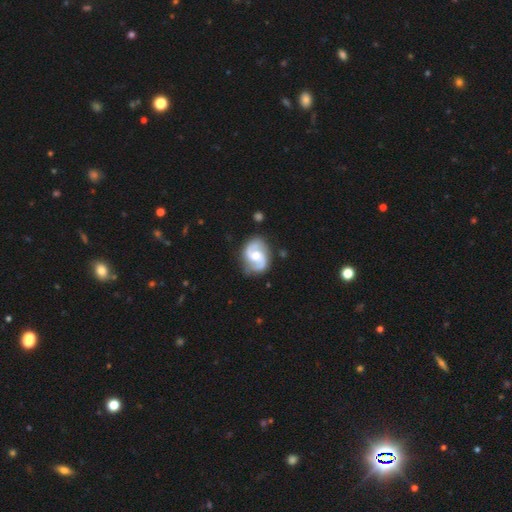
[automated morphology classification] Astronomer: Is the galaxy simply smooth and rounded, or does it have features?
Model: featured or disk — 88%.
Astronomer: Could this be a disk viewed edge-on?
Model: no — 98%.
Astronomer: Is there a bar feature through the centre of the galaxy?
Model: no — 47% (runner-up: weak, 41%).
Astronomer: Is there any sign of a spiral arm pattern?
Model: yes — 97%.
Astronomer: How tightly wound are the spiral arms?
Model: medium — 53%.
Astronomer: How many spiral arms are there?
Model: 2 — 93%.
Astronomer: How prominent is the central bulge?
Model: moderate — 72%.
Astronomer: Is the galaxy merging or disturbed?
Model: none — 80%.